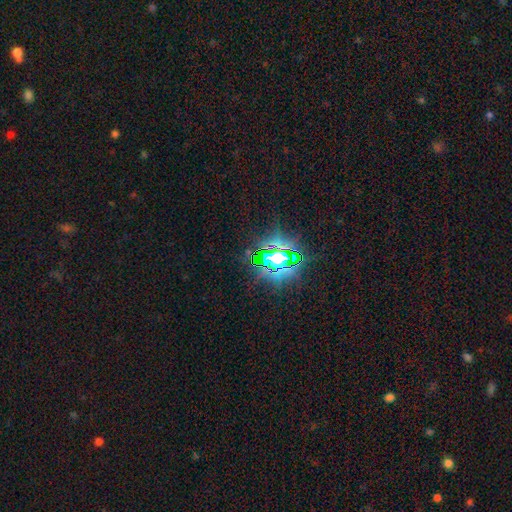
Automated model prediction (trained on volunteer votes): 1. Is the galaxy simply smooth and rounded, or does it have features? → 82% star or artifact, 12% smooth, 6% featured or disk.